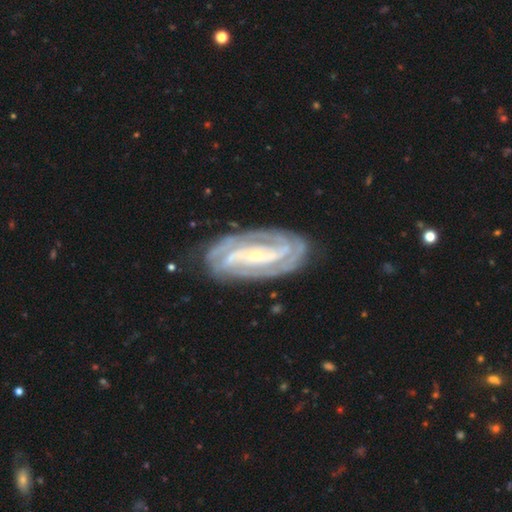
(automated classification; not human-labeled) Morphology: type=featured or disk (91%); edge-on=no (95%); bar=strong (42%); spiral arms=yes (98%); winding=tight (67%); arm count=2 (41%); bulge=small (75%); merging=none (81%).